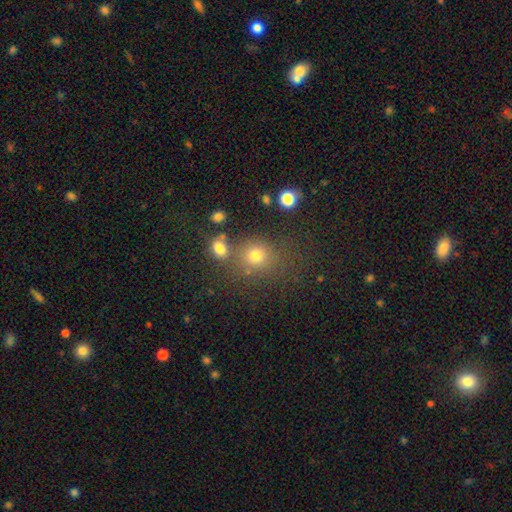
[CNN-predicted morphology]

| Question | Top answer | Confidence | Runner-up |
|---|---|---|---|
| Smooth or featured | smooth | 72% | star or artifact (19%) |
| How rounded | round | 82% | in between (17%) |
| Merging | none | 65% | merger (18%) |